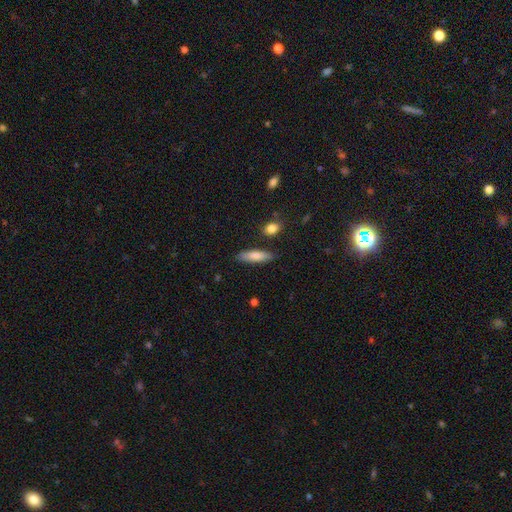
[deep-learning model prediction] A smooth galaxy with no disk features (81%) that is cigar-shaped (62%). Merging: none (85%).